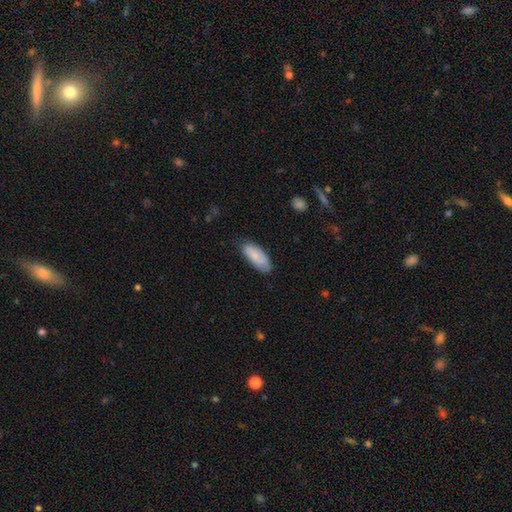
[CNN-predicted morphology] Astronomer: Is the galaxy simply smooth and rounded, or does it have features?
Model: smooth — 79%.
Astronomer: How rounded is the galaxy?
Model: in between — 83%.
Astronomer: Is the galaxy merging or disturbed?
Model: none — 74%.